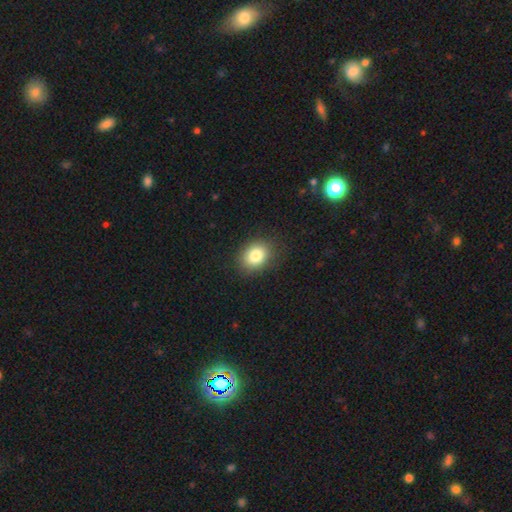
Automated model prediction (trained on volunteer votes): smooth 83%, star or artifact 10%, featured or disk 7%. Down the decision tree: how rounded — in between (57%); merging — none (86%).